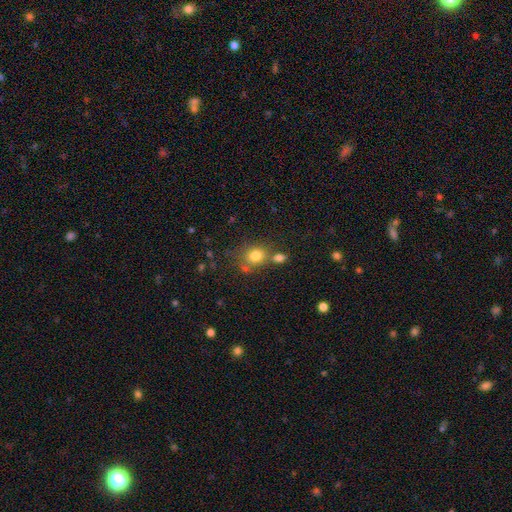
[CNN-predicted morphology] A smooth galaxy with no disk features (79%) that is round (68%). Merging: none (56%).